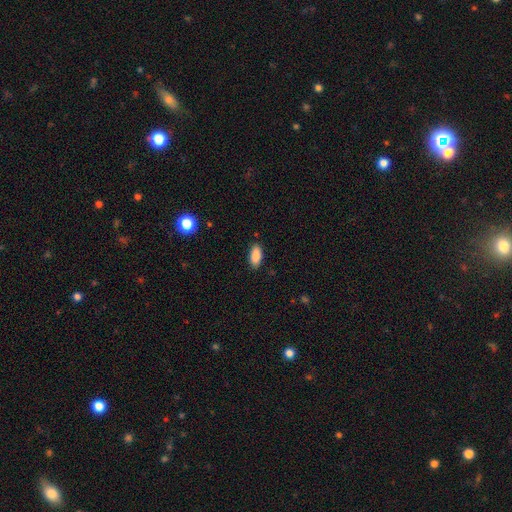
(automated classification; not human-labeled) Smooth or featured? smooth (88%)
How rounded? in between (89%)
Merging? none (87%)